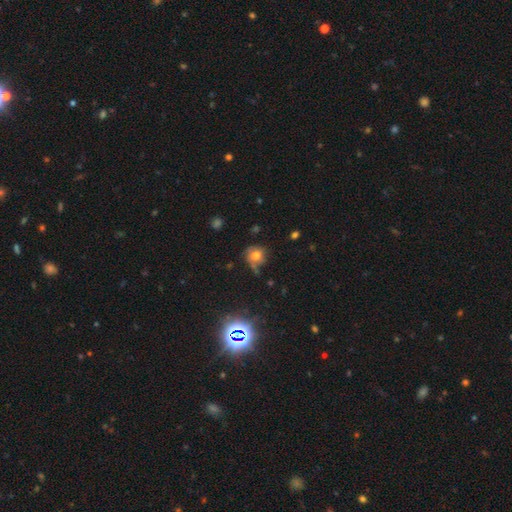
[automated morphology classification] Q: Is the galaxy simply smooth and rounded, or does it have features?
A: smooth — 69%.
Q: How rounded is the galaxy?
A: round — 82%.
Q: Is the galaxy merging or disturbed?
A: none — 59%.